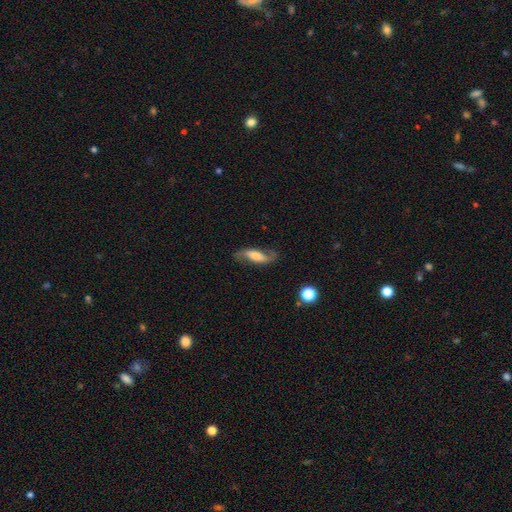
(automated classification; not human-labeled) The model was most divided on "bar": no: 37%, weak: 33%, strong: 30%. Remaining: spiral arms — yes (91%); edge-on disk — no (83%); merging — none (71%); smooth or featured — featured or disk (64%); bulge size — moderate (42%).